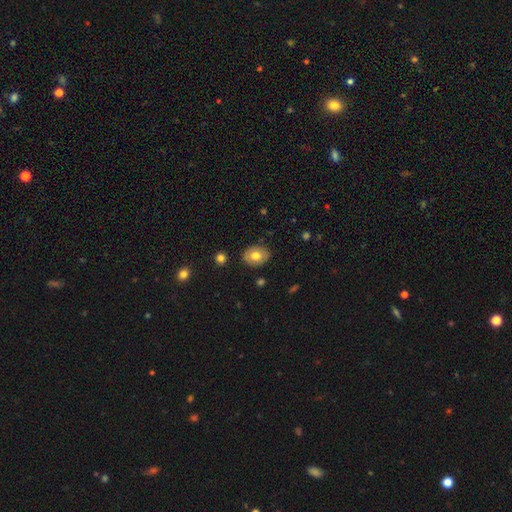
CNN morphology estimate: smooth_or_featured: smooth (p=0.69) [alt: featured or disk p=0.23]
how_rounded: in between (p=0.64) [alt: round p=0.35]
merging: none (p=0.85) [alt: minor disturbance p=0.11]